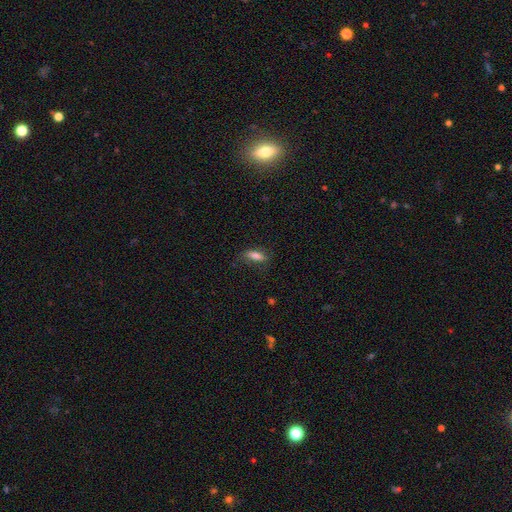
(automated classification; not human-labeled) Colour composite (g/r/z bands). It shows a smooth galaxy with no disk features (75%) that is in between round and cigar-shaped (57%). Merging: none (71%).